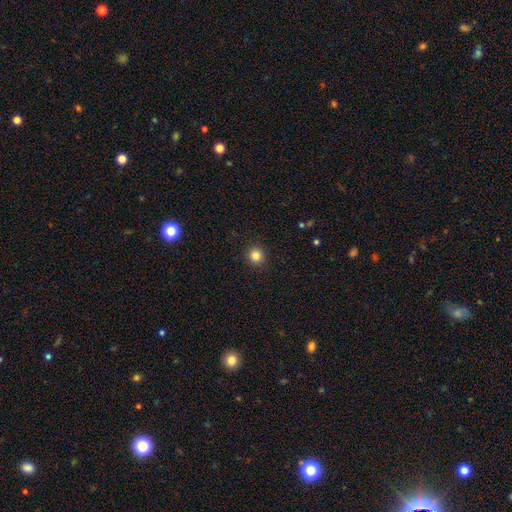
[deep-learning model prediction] Smooth or featured: smooth — 83% (star or artifact — 12%)
How rounded: round — 92% (in between — 7%)
Merging: none — 92% (minor disturbance — 5%)